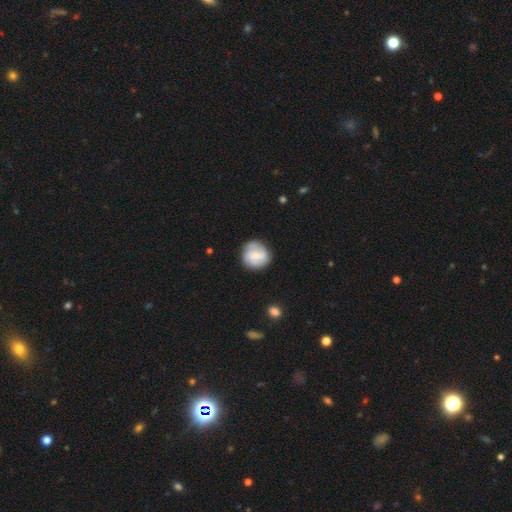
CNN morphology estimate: Q: Smooth or featured?
A: smooth (47%); runner-up: featured or disk (46%)
Q: Merging?
A: none (79%); runner-up: minor disturbance (15%)